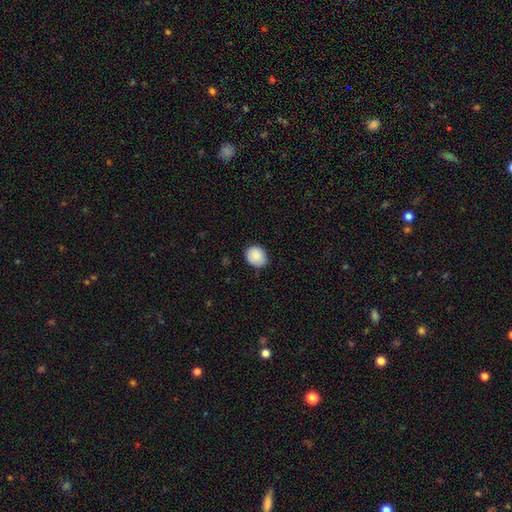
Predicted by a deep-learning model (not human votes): The model was most divided on "how rounded": round: 57%, in between: 42%, cigar-shaped: 1%. More confident: smooth or featured — smooth (88%); merging — none (81%).